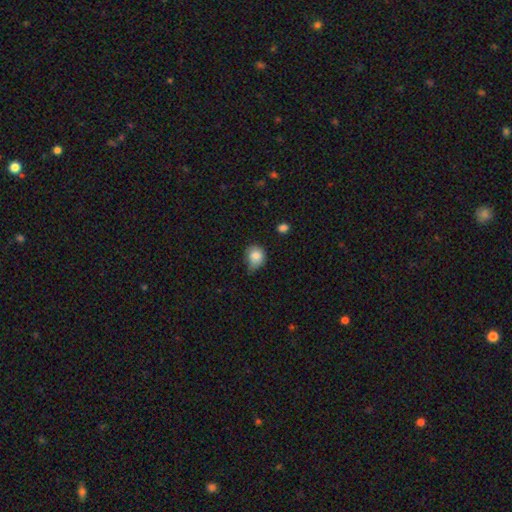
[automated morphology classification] Q: Smooth or featured?
A: smooth (81%); runner-up: featured or disk (10%)
Q: How rounded?
A: round (71%); runner-up: in between (28%)
Q: Merging?
A: minor disturbance (44%); runner-up: none (42%)